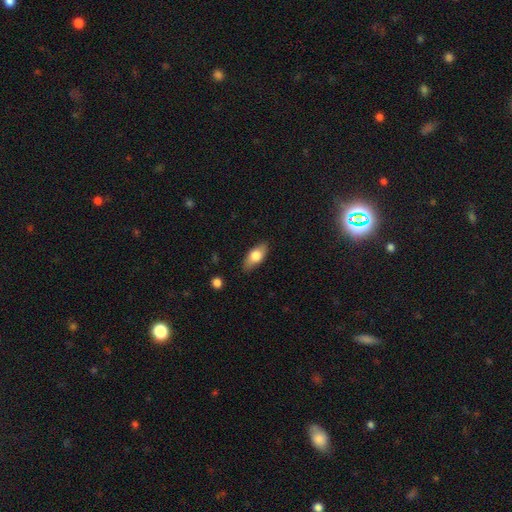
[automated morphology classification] Overall: smooth (72%). How rounded: in between (85%). Merging: none (85%).